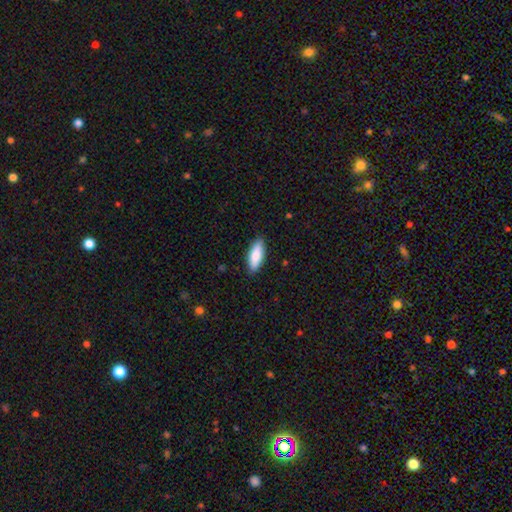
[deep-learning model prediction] Smooth or featured?
  - smooth: 85% *
  - featured or disk: 10%
  - star or artifact: 5%
How rounded?
  - in between: 68% *
  - cigar-shaped: 30%
  - round: 2%
Merging?
  - none: 88% *
  - minor disturbance: 9%
  - major disturbance: 2%
  - merger: 1%